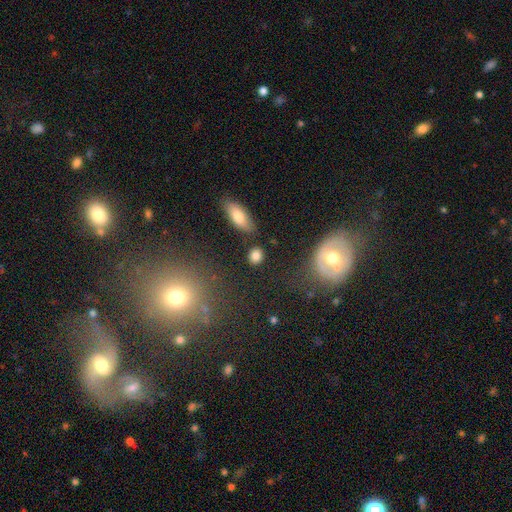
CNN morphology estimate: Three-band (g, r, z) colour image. It shows a smooth galaxy with no disk features (84%) that is round (62%). Merging: none (82%).